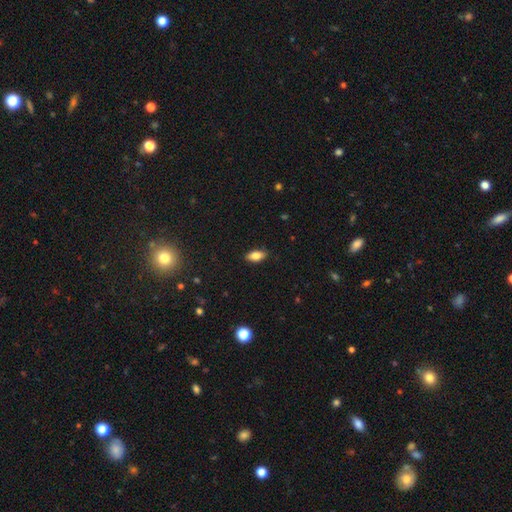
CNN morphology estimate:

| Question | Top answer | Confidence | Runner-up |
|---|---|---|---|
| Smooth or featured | smooth | 79% | featured or disk (13%) |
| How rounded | in between | 87% | cigar-shaped (9%) |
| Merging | none | 87% | minor disturbance (10%) |